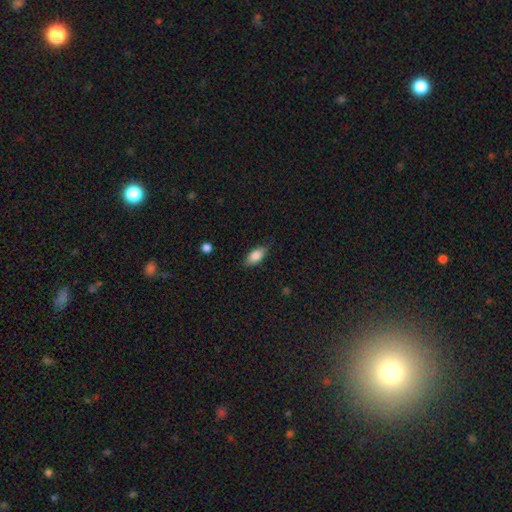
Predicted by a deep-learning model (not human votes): smooth 80%, featured or disk 13%, star or artifact 7%. Down the decision tree: how rounded — in between (85%); merging — none (82%).